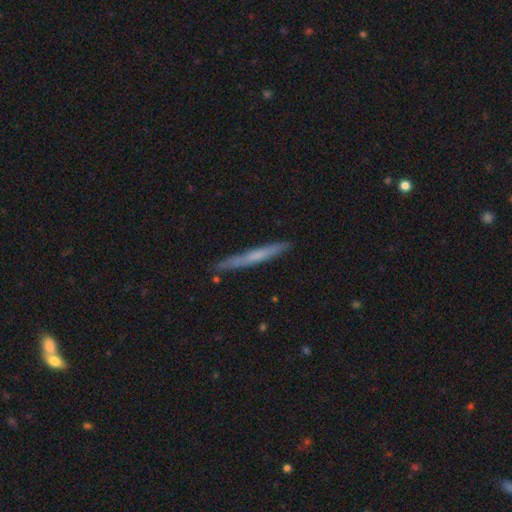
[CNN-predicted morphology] type=smooth (50%); roundness=cigar-shaped (97%); merging=none (87%).